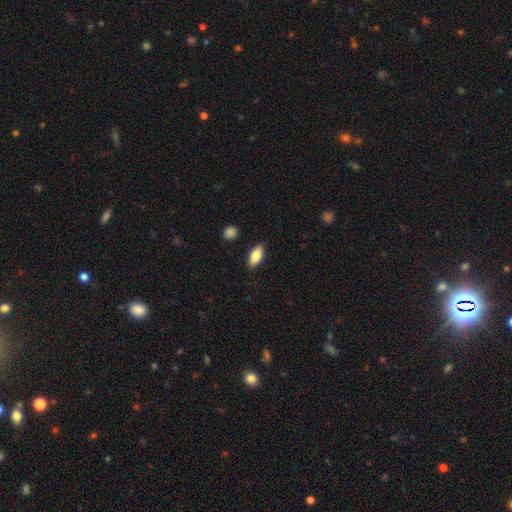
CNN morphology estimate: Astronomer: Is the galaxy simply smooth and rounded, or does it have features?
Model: smooth — 80%.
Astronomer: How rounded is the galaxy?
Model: in between — 84%.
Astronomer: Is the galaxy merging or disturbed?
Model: none — 88%.